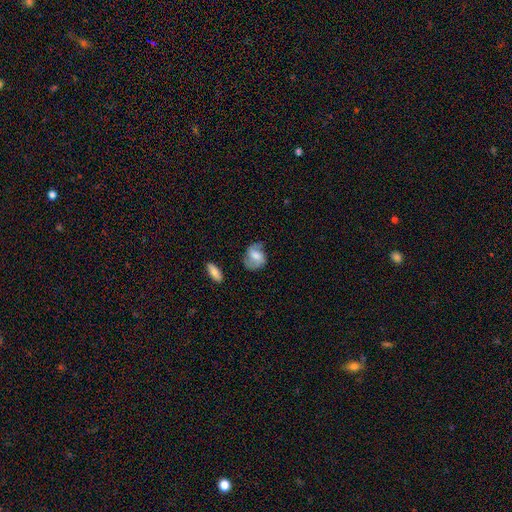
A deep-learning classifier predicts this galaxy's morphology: A featured or disk galaxy (51%). Merging: none (62%).